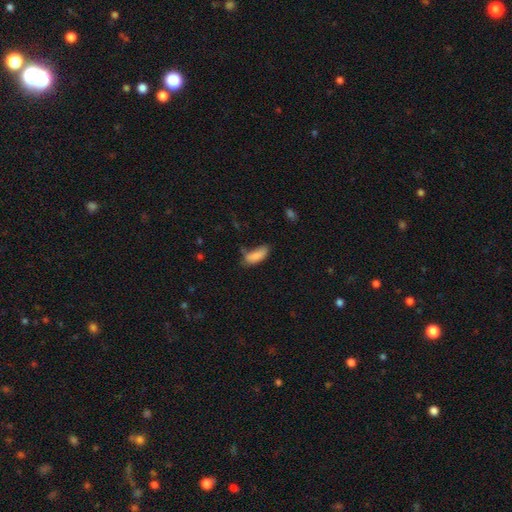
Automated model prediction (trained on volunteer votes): Smooth or featured: smooth — 84% (featured or disk — 8%)
How rounded: in between — 75% (cigar-shaped — 23%)
Merging: none — 46% (minor disturbance — 34%)